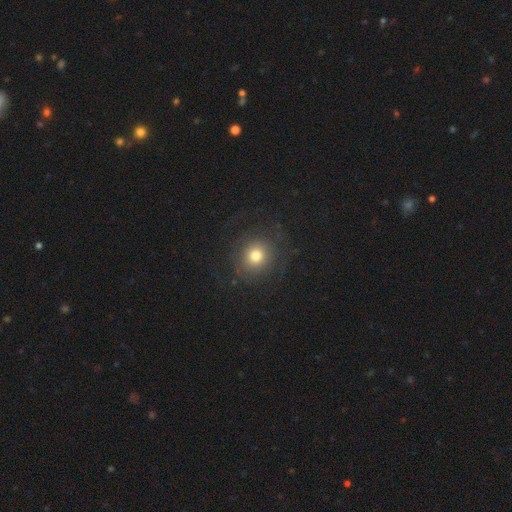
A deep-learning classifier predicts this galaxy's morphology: Smooth or featured: smooth — 66% (featured or disk — 20%)
How rounded: round — 87% (in between — 12%)
Merging: none — 78% (minor disturbance — 11%)